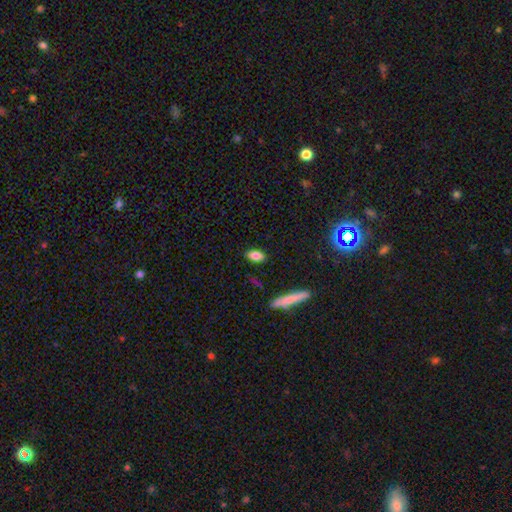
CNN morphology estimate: smooth 84%, featured or disk 9%, star or artifact 8%. Down the decision tree: how rounded — in between (86%); merging — none (86%).